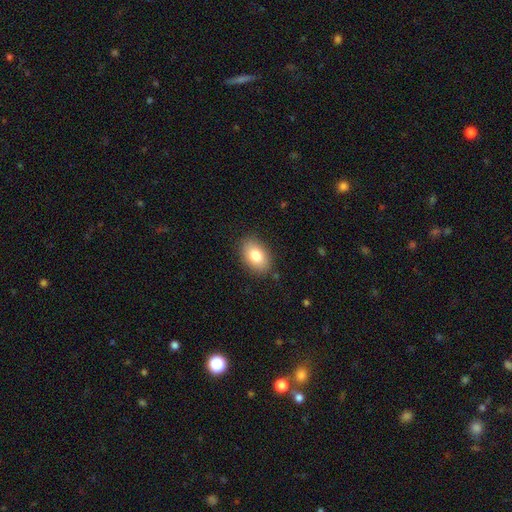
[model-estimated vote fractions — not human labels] Overall: smooth (81%). How rounded: in between (86%). Merging: none (86%).